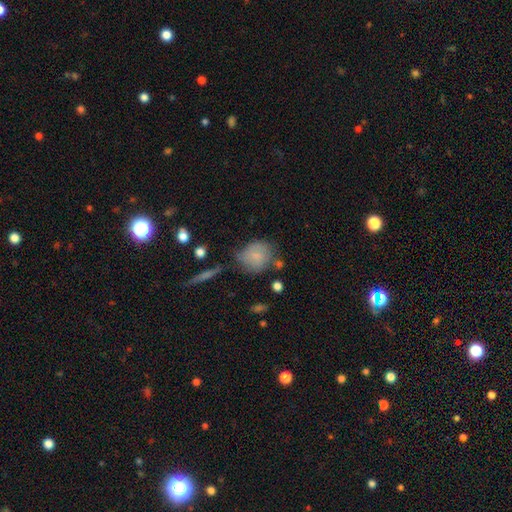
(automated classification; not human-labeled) Overall: smooth (73%). How rounded: round (75%). Merging: none (55%; minor disturbance 26%).